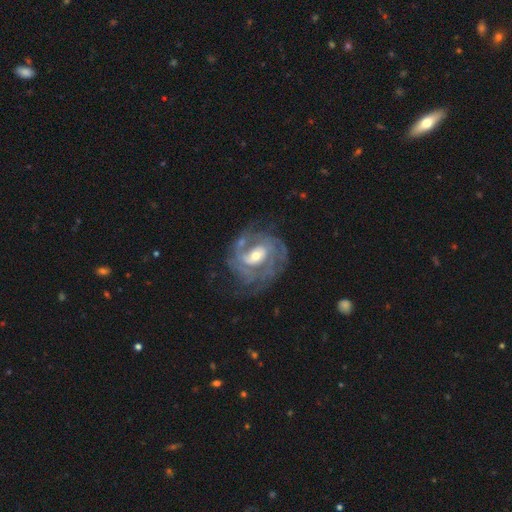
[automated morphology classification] This appears to be a featured or disk galaxy (87%) with a weak bar (44%), tight (60%) spiral arms (93%) and a moderate central bulge (58%). Merging: none (64%).